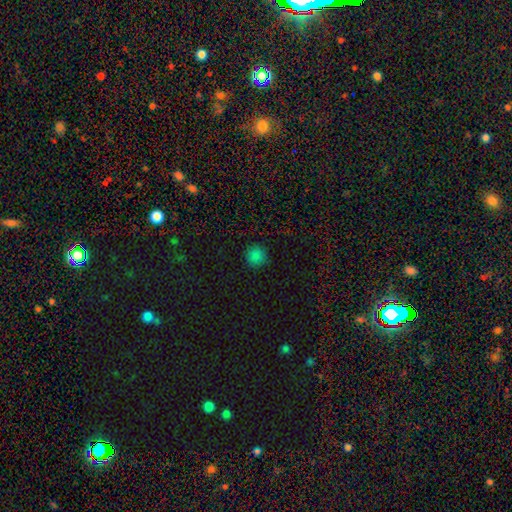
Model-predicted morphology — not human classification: smooth 82%, star or artifact 15%, featured or disk 3%. Down the decision tree: how rounded — round (94%); merging — none (90%).